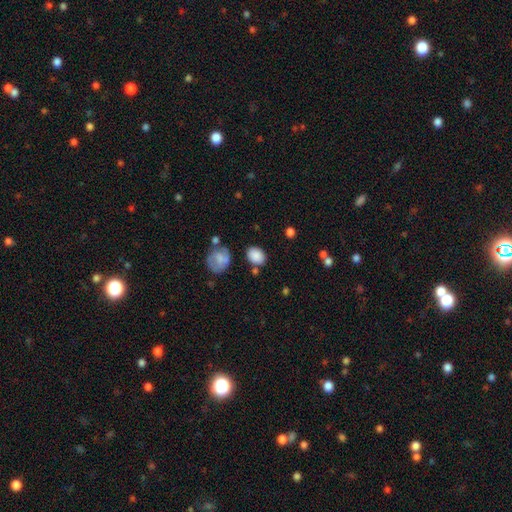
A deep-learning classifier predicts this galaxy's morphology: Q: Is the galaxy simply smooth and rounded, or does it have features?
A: smooth — 85%.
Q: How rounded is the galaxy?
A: in between — 64%.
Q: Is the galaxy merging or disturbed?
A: none — 72%.